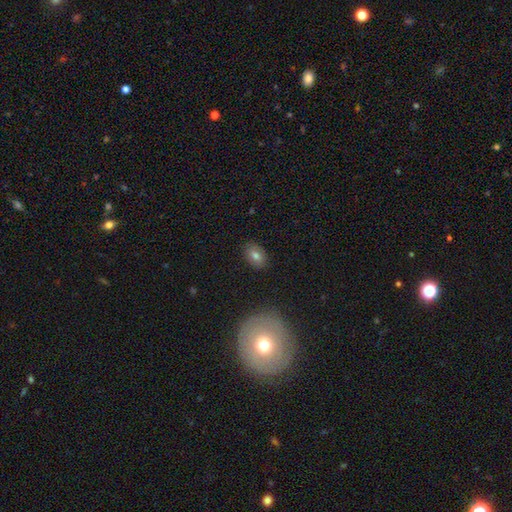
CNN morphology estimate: Overall: smooth (76%). How rounded: in between (84%). Merging: none (86%).